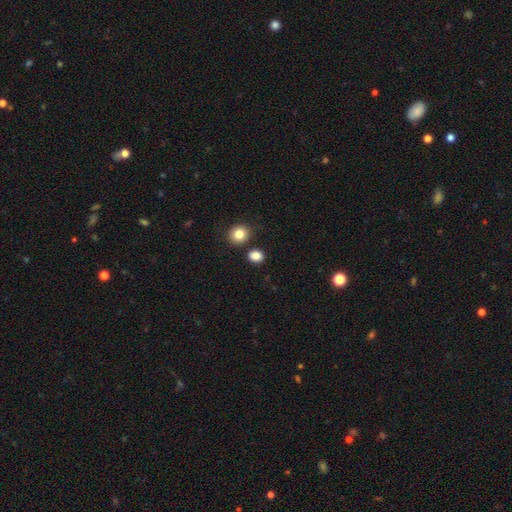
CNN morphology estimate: Smooth or featured: smooth — 85% (star or artifact — 11%)
How rounded: round — 65% (in between — 34%)
Merging: none — 80% (minor disturbance — 9%)